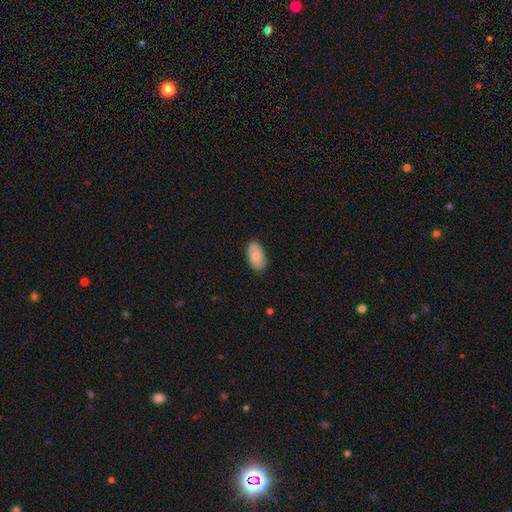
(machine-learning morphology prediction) A smooth galaxy with no disk features (76%) that is in between round and cigar-shaped (94%). Merging: none (82%).